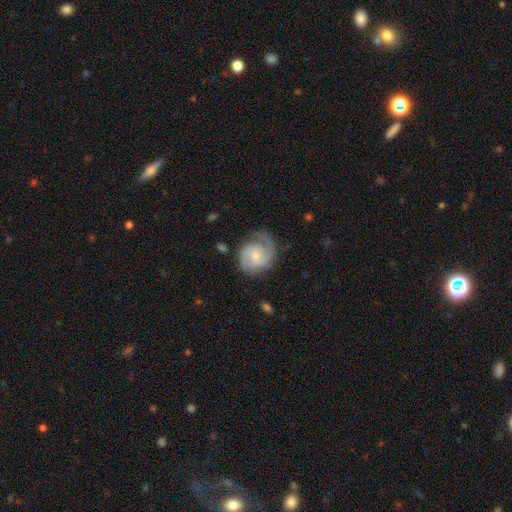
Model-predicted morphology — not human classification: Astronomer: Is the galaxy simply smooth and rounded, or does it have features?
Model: featured or disk — 74%.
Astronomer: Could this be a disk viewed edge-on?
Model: no — 98%.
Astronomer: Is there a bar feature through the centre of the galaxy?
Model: no — 47% (runner-up: weak, 46%).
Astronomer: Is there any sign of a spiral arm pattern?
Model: yes — 93%.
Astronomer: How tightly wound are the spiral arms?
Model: medium — 45% (runner-up: tight, 34%).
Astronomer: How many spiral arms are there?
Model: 2 — 58%.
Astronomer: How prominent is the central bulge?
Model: small — 59%.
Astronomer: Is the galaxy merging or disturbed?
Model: none — 61%.